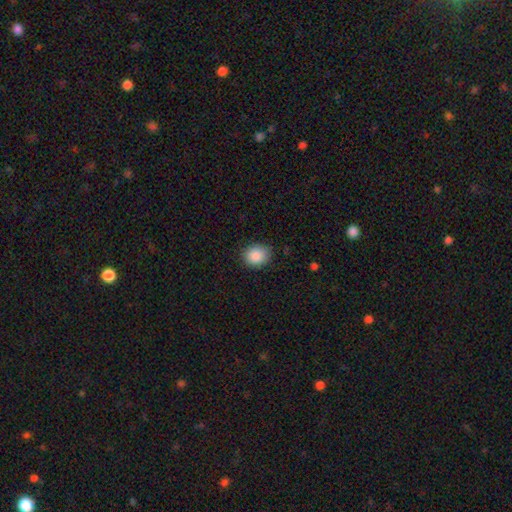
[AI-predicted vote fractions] Q: Smooth or featured?
A: smooth (88%); runner-up: star or artifact (8%)
Q: How rounded?
A: round (63%); runner-up: in between (36%)
Q: Merging?
A: none (84%); runner-up: minor disturbance (12%)